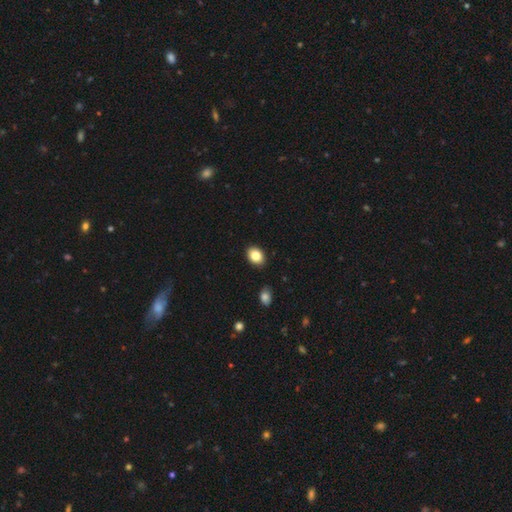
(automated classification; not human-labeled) Morphology: type=smooth (84%); roundness=in between (73%); merging=none (88%).